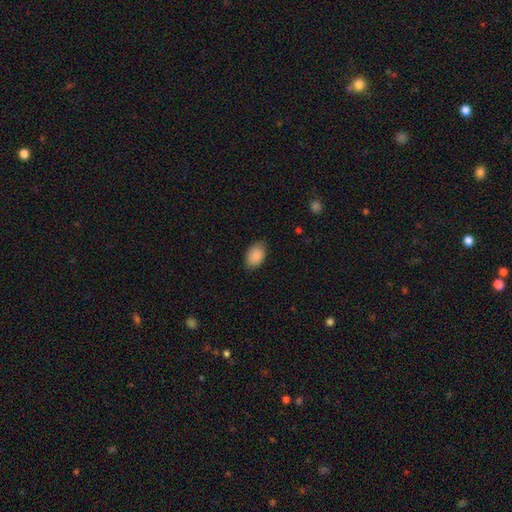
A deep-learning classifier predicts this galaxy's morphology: Smooth or featured? Predicted: smooth (p=0.88). How rounded? Predicted: in between (p=0.90). Merging? Predicted: none (p=0.80).